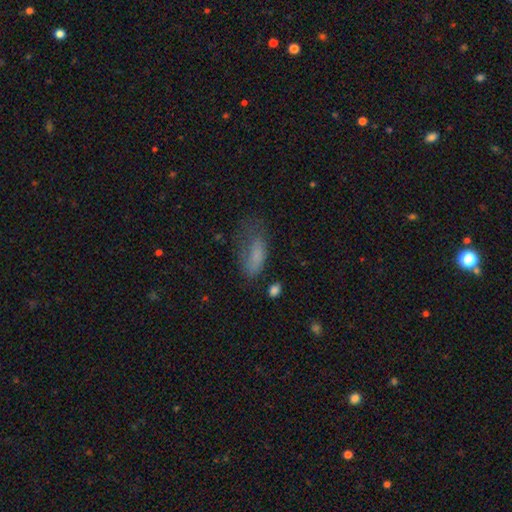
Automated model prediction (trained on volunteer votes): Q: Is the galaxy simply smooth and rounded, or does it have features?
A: smooth — 73%.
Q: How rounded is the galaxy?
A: in between — 79%.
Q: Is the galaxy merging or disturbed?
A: none — 34%.